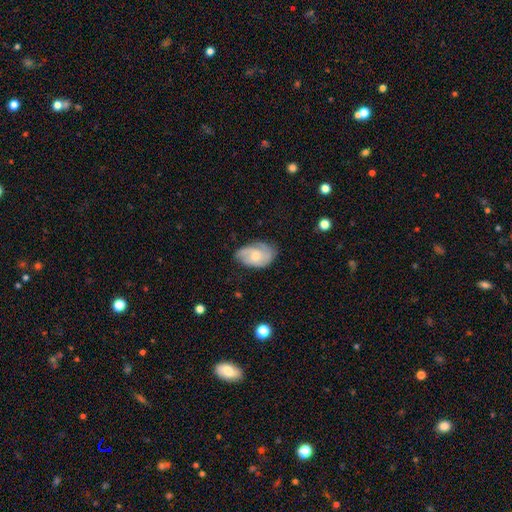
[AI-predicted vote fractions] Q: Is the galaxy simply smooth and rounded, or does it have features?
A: featured or disk — 57%.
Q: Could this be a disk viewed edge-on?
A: no — 96%.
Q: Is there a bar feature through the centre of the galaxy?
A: no — 67%.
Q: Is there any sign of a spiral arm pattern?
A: yes — 84%.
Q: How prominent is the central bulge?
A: moderate — 47%.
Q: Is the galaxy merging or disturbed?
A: none — 61%.